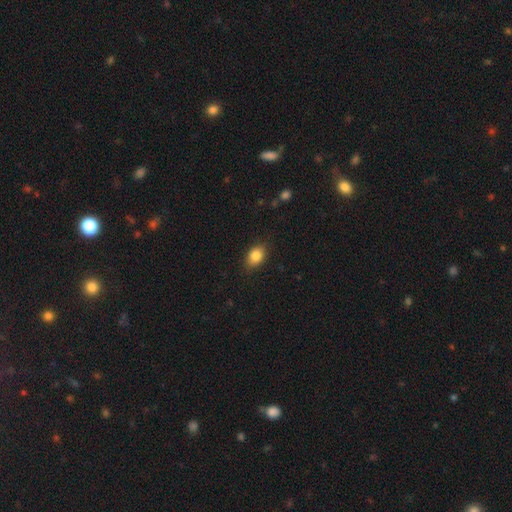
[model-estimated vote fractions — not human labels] smooth-or-featured: smooth: 84% | star or artifact: 9% | featured or disk: 7%
  how-rounded: in between: 73% | round: 25% | cigar-shaped: 2%
  merging: none: 83% | minor disturbance: 14% | major disturbance: 3% | merger: 1%